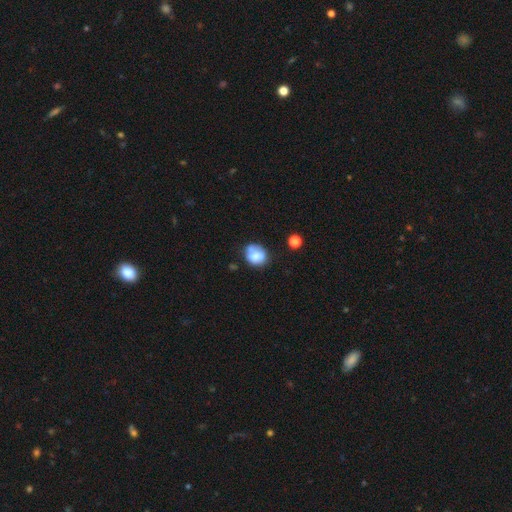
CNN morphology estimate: Smooth or featured: smooth — 70% (featured or disk — 20%)
How rounded: round — 64% (in between — 35%)
Merging: none — 52% (minor disturbance — 25%)